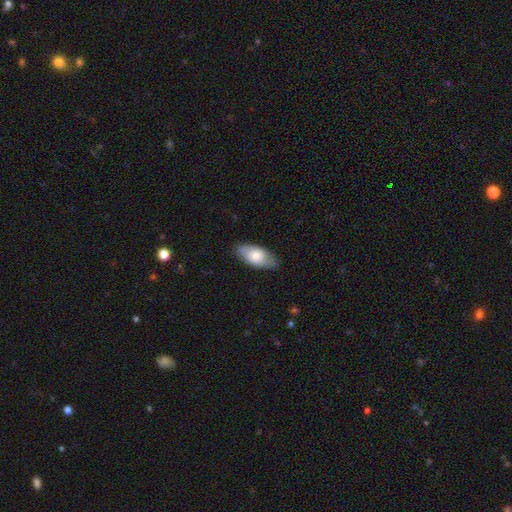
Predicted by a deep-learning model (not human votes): The model was most divided on "smooth or featured": smooth: 72%, featured or disk: 22%, star or artifact: 6%. More confident: how rounded — in between (90%); merging — none (79%).